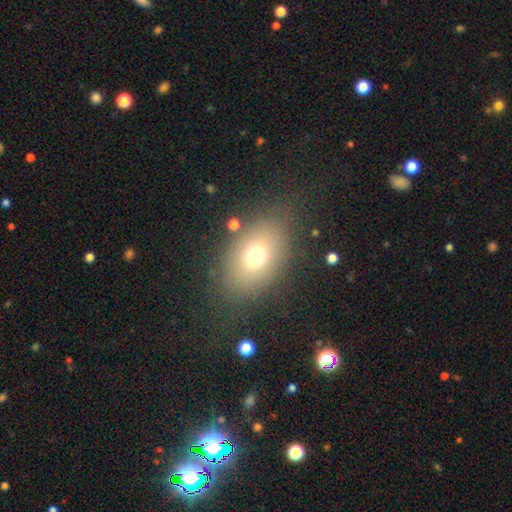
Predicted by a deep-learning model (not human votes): Overall: smooth (71%). How rounded: in between (78%). Merging: none (77%).